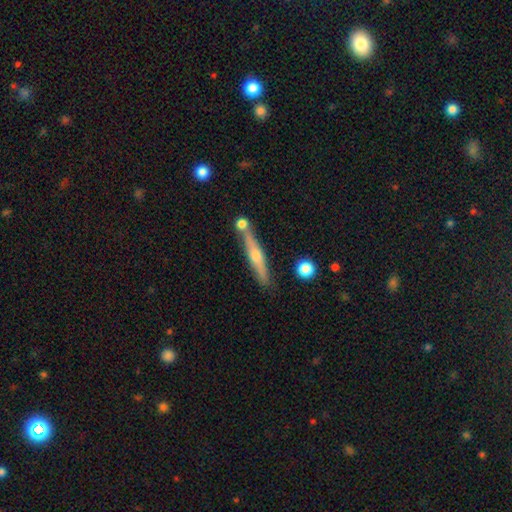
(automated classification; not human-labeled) Morphology: type=featured or disk (67%); edge-on=yes (95%); edge-on bulge=rounded (88%); merging=none (80%).